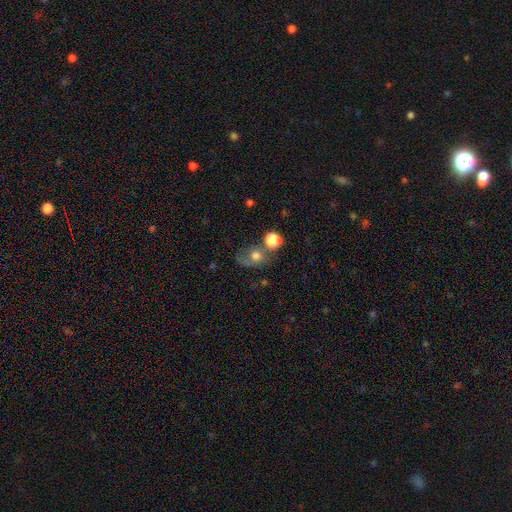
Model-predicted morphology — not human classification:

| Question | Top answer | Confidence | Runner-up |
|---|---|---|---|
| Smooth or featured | smooth | 67% | featured or disk (20%) |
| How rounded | round | 59% | in between (40%) |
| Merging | none | 35% | merger (30%) |